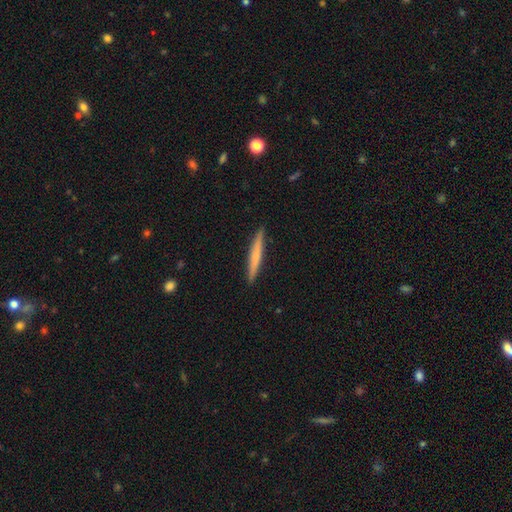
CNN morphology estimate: smooth-or-featured: smooth: 57% | featured or disk: 37% | star or artifact: 6%
  how-rounded: cigar-shaped: 96% | in between: 3% | round: 1%
  merging: none: 91% | minor disturbance: 6% | major disturbance: 1% | merger: 1%